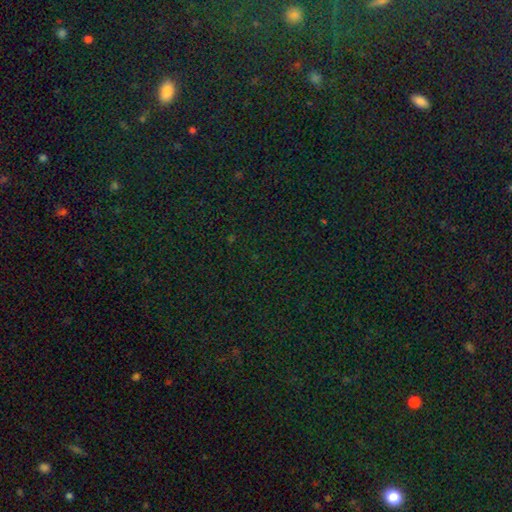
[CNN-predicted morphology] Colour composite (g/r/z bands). It shows a star or artifact, not a galaxy (80%).